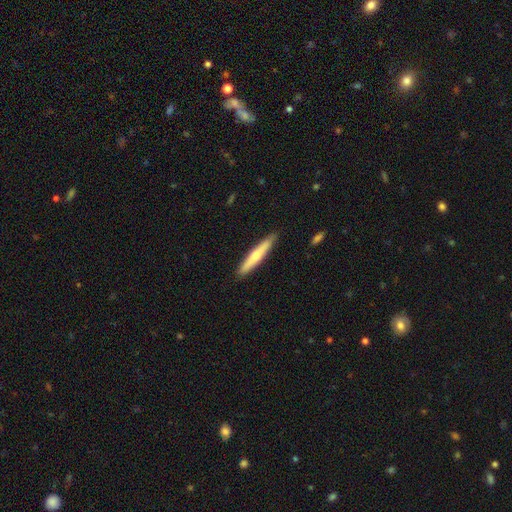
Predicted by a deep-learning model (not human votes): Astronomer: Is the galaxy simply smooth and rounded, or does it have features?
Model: smooth — 53% (runner-up: featured or disk, 42%).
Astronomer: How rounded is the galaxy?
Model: cigar-shaped — 92%.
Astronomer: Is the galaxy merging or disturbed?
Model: none — 90%.